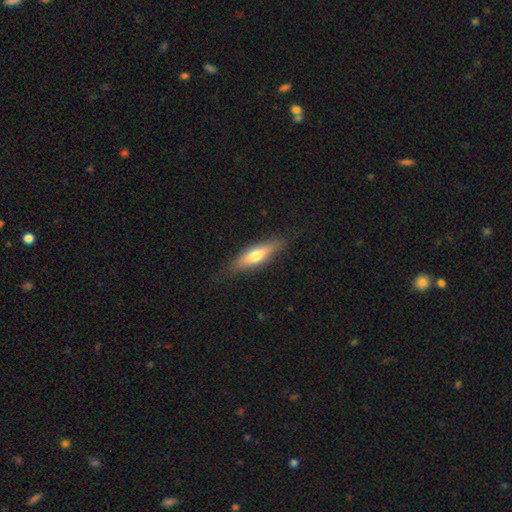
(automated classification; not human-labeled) Smooth or featured: smooth — 60% (featured or disk — 34%)
How rounded: cigar-shaped — 64% (in between — 33%)
Merging: none — 82% (minor disturbance — 14%)